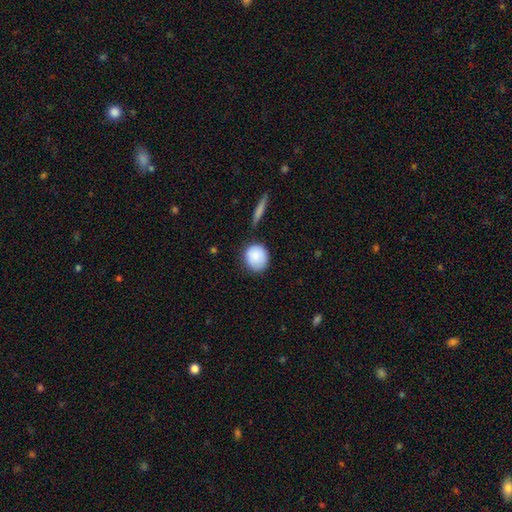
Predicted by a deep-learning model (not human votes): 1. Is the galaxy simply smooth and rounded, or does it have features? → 86% smooth, 7% star or artifact, 6% featured or disk.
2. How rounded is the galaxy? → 83% round, 15% in between, 1% cigar-shaped.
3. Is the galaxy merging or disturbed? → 76% none, 17% minor disturbance, 4% merger, 4% major disturbance.